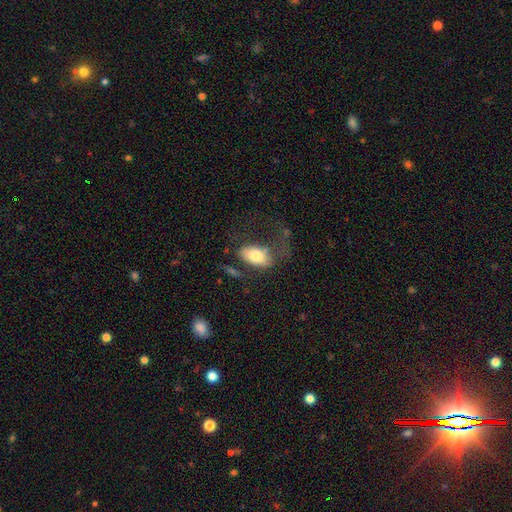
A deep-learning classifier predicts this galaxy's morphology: smooth 73%, featured or disk 21%, star or artifact 7%. Down the decision tree: how rounded — in between (93%); merging — none (41%).